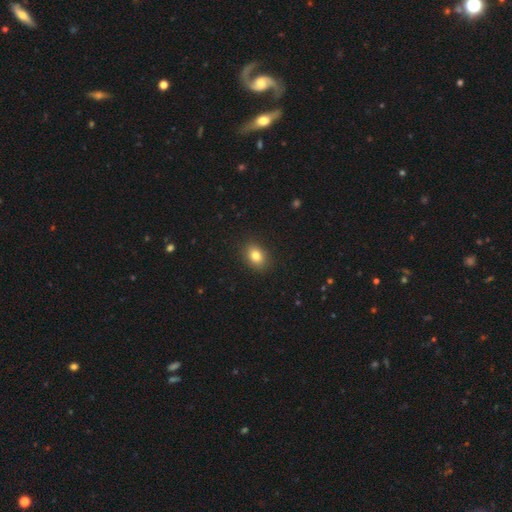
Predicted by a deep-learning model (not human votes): This appears to be a smooth galaxy with no disk features (81%) that is in between round and cigar-shaped (63%). Merging: none (89%).